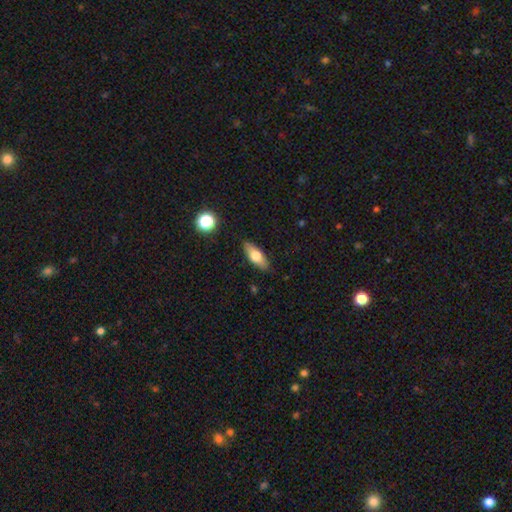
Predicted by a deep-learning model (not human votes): The model was most divided on "smooth or featured": smooth: 66%, featured or disk: 27%, star or artifact: 7%. More confident: merging — none (87%); how rounded — in between (72%).